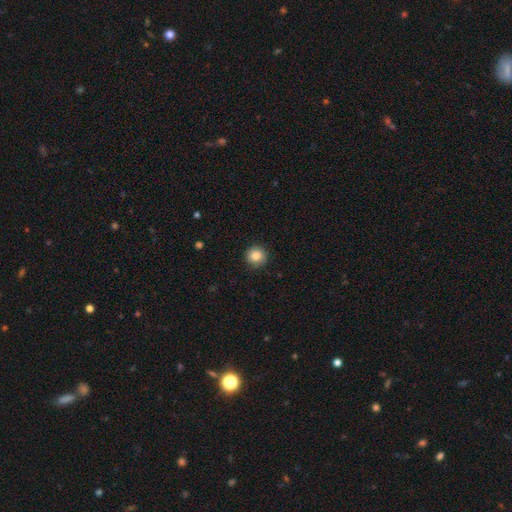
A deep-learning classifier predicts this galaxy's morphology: The model was most divided on "smooth or featured": smooth: 85%, star or artifact: 10%, featured or disk: 5%. More confident: how rounded — round (93%); merging — none (90%).